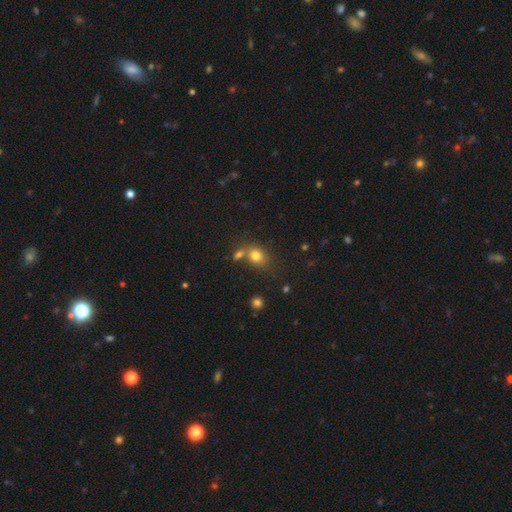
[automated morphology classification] This appears to be a smooth galaxy with no disk features (77%) that is round (52%). Merging: none (56%).